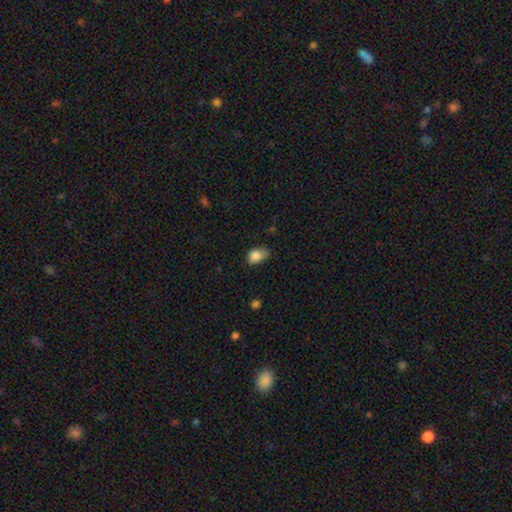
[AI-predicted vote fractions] smooth-or-featured: smooth: 84% | star or artifact: 9% | featured or disk: 7%
  how-rounded: in between: 77% | round: 22% | cigar-shaped: 1%
  merging: none: 46% | minor disturbance: 41% | major disturbance: 11% | merger: 2%